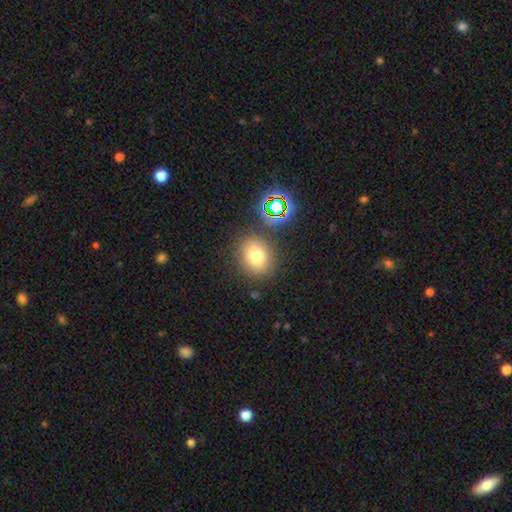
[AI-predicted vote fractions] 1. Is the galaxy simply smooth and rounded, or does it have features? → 75% smooth, 15% star or artifact, 9% featured or disk.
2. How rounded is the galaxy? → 62% round, 37% in between, 1% cigar-shaped.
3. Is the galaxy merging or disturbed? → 81% none, 10% minor disturbance, 6% merger, 3% major disturbance.